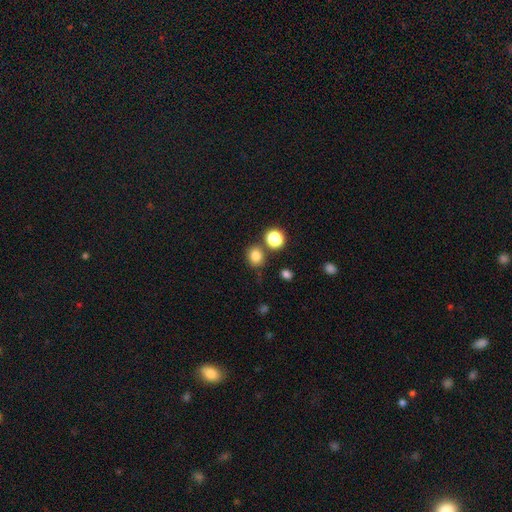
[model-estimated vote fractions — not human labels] smooth-or-featured: smooth: 81% | star or artifact: 14% | featured or disk: 5%
  how-rounded: round: 73% | in between: 26% | cigar-shaped: 1%
  merging: none: 76% | merger: 10% | minor disturbance: 10% | major disturbance: 3%